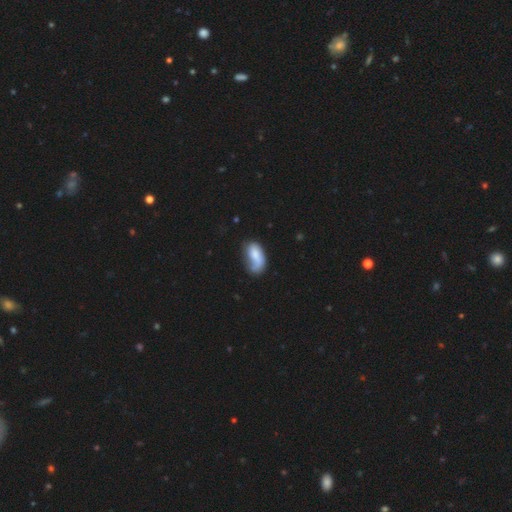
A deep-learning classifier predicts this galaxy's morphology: Smooth or featured? smooth (65%)
How rounded? in between (92%)
Merging? none (39%)